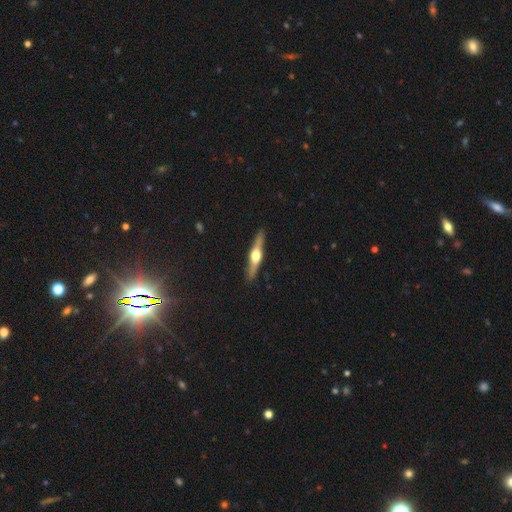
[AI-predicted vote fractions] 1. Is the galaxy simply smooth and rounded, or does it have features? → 71% featured or disk, 24% smooth, 5% star or artifact.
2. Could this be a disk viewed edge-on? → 97% yes, 3% no.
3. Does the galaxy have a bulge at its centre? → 95% rounded, 3% boxy, 2% none.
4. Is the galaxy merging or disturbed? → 91% none, 7% minor disturbance, 1% major disturbance, 1% merger.